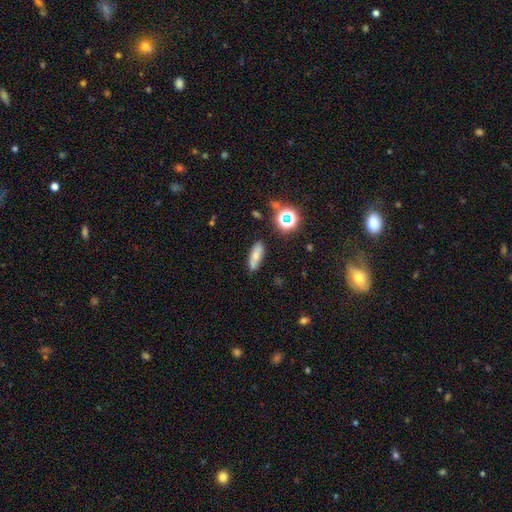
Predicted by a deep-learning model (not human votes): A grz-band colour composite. It shows a smooth galaxy with no disk features (66%) that is in between round and cigar-shaped (59%). Merging: none (83%).